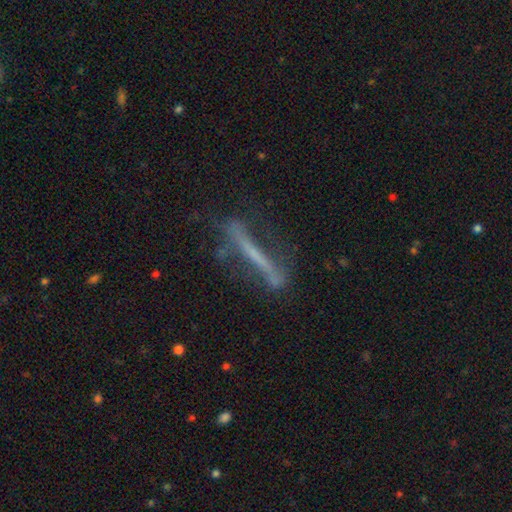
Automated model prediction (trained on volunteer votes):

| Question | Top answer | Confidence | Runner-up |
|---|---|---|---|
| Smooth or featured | featured or disk | 63% | smooth (27%) |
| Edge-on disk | yes | 81% | no (19%) |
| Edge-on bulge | none | 79% | rounded (13%) |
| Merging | none | 69% | minor disturbance (19%) |